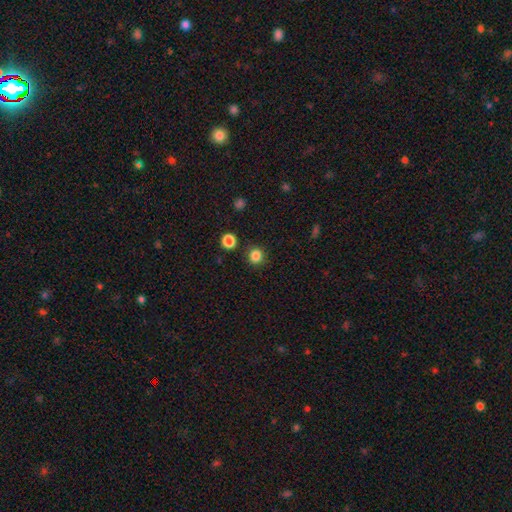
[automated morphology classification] Smooth or featured: smooth — 83% (star or artifact — 13%)
How rounded: round — 92% (in between — 7%)
Merging: none — 89% (minor disturbance — 6%)